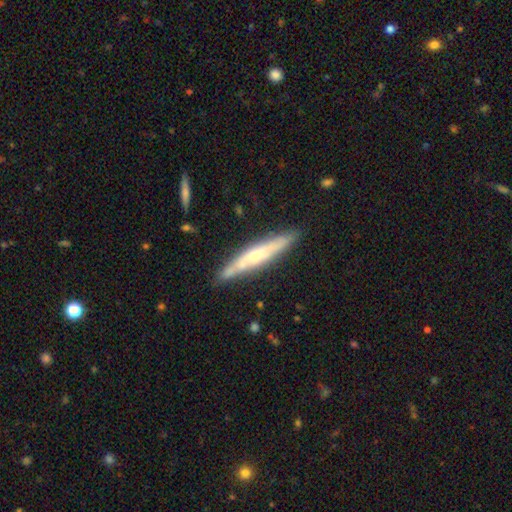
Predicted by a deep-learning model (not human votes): Smooth or featured? featured or disk (57%)
Edge-on disk? yes (88%)
Edge-on bulge? rounded (62%)
Merging? none (82%)